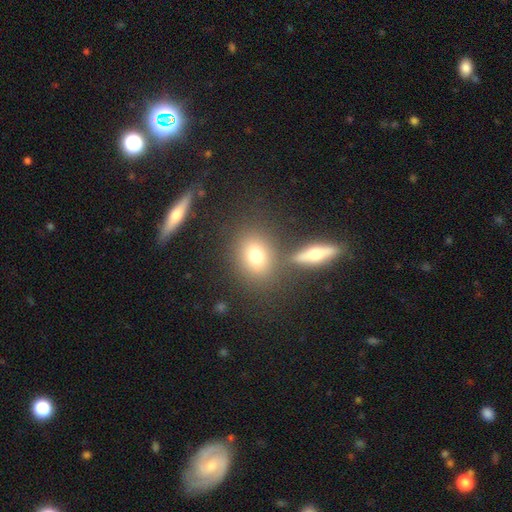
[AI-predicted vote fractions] The model was most divided on "how rounded": round: 52%, in between: 45%, cigar-shaped: 2%. More confident: smooth or featured — smooth (74%); merging — none (69%).